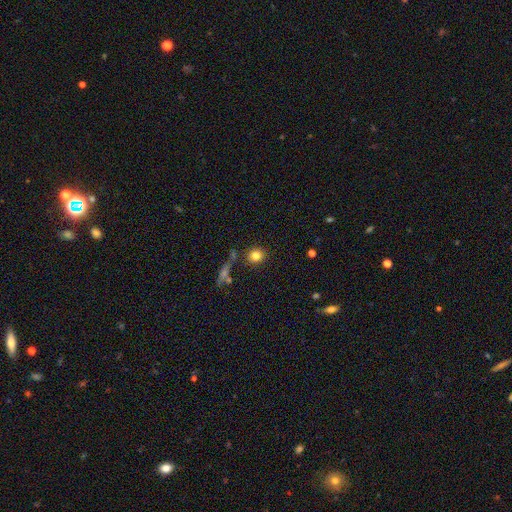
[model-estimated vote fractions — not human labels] Smooth or featured: smooth — 80% (star or artifact — 11%)
How rounded: round — 83% (in between — 15%)
Merging: none — 81% (minor disturbance — 9%)